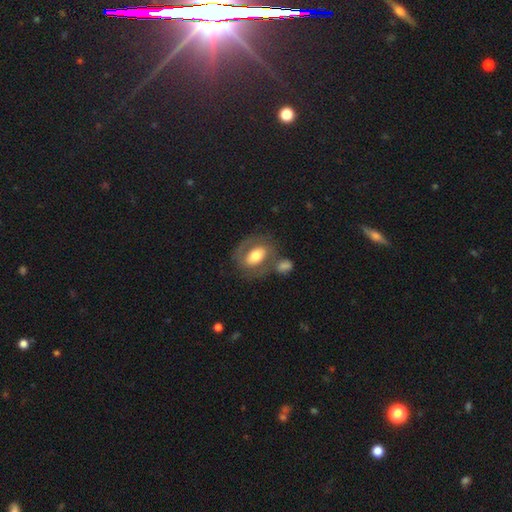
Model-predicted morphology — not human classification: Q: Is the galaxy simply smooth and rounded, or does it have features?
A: featured or disk — 51%.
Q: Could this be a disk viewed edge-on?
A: no — 94%.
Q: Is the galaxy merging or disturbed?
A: none — 55%.